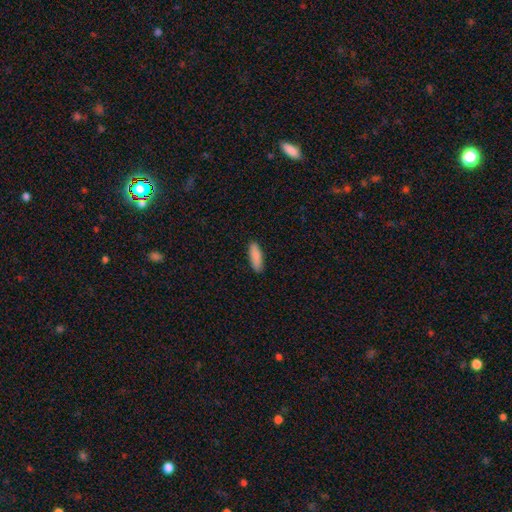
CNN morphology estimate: Smooth or featured?
  - smooth: 89% *
  - star or artifact: 6%
  - featured or disk: 5%
How rounded?
  - in between: 52% *
  - cigar-shaped: 47%
  - round: 2%
Merging?
  - none: 89% *
  - minor disturbance: 9%
  - major disturbance: 2%
  - merger: 1%